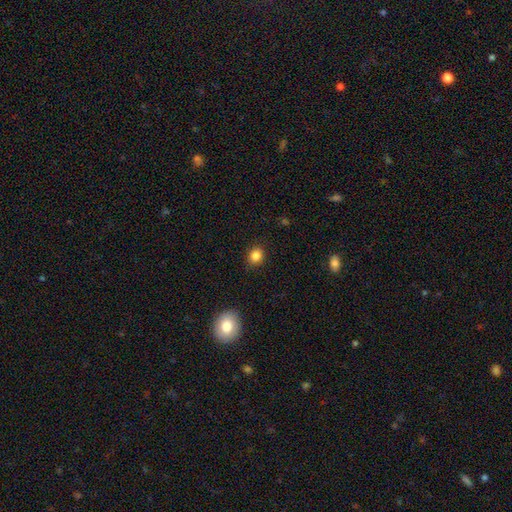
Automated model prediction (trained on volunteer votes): Smooth or featured? Predicted: smooth (p=0.85). How rounded? Predicted: round (p=0.71). Merging? Predicted: none (p=0.89).